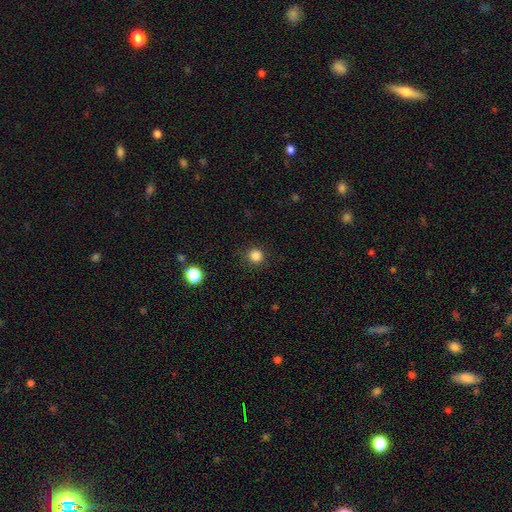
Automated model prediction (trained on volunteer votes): Overall: smooth (85%). How rounded: round (93%). Merging: none (89%).